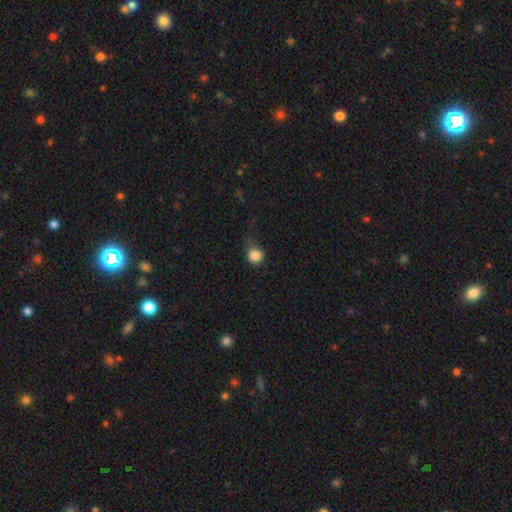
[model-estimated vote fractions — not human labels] Smooth or featured? smooth (83%)
How rounded? round (75%)
Merging? none (37%)